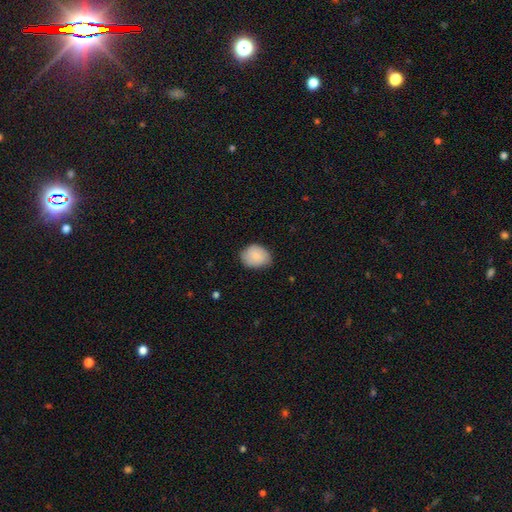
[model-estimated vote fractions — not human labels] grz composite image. It shows a smooth galaxy with no disk features (84%) that is in between round and cigar-shaped (59%). Merging: none (69%).